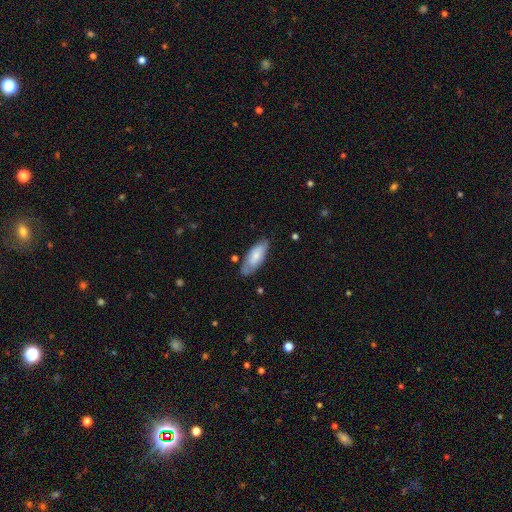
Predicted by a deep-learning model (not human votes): Overall: smooth (71%). How rounded: in between (79%). Merging: none (72%).